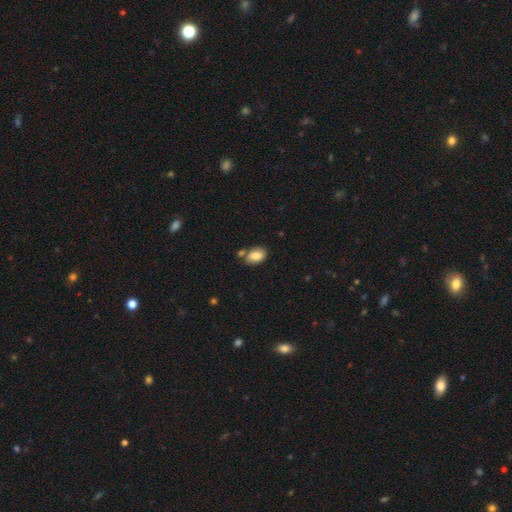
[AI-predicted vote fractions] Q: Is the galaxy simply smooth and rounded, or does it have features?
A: smooth — 84%.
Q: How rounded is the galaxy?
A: in between — 88%.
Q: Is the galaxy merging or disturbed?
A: none — 62%.